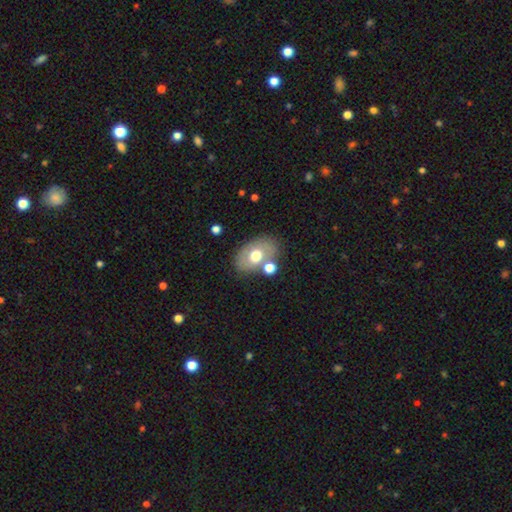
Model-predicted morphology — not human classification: smooth_or_featured: smooth (p=0.64) [alt: featured or disk p=0.28]
how_rounded: in between (p=0.81) [alt: round p=0.18]
merging: none (p=0.67) [alt: minor disturbance p=0.14]